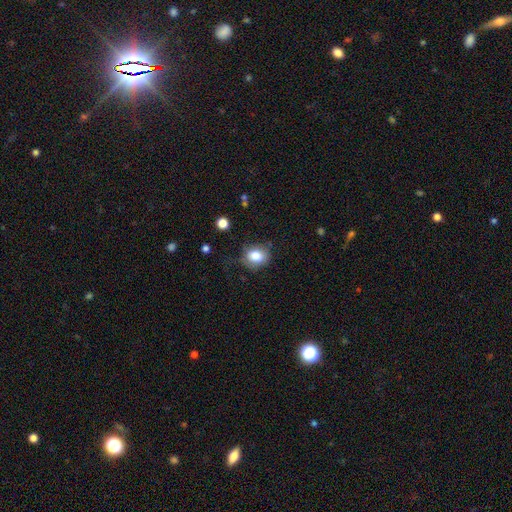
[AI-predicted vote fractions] Morphology: type=smooth (82%); roundness=round (59%); merging=none (67%).